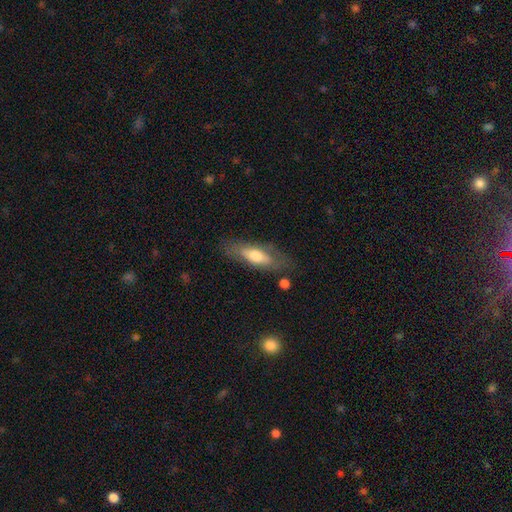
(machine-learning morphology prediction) Smooth or featured? smooth (56%)
How rounded? in between (58%)
Merging? none (73%)